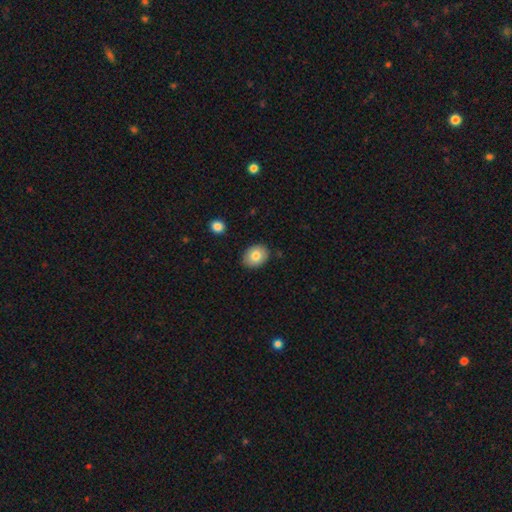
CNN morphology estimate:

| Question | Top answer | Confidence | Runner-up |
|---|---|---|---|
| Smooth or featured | smooth | 81% | featured or disk (11%) |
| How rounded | in between | 59% | round (40%) |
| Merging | none | 86% | minor disturbance (11%) |